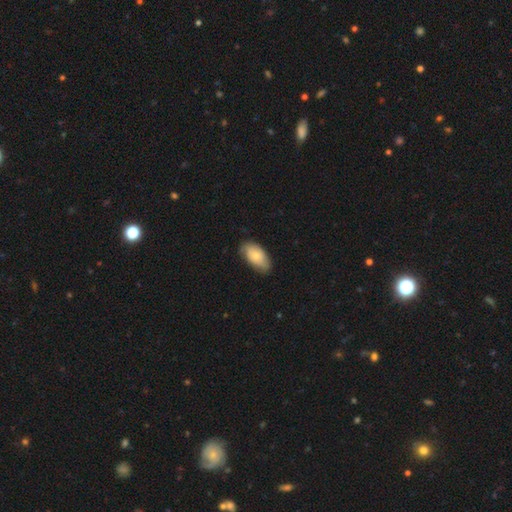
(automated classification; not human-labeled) smooth 71%, featured or disk 23%, star or artifact 6%. Down the decision tree: how rounded — in between (93%); merging — none (70%).